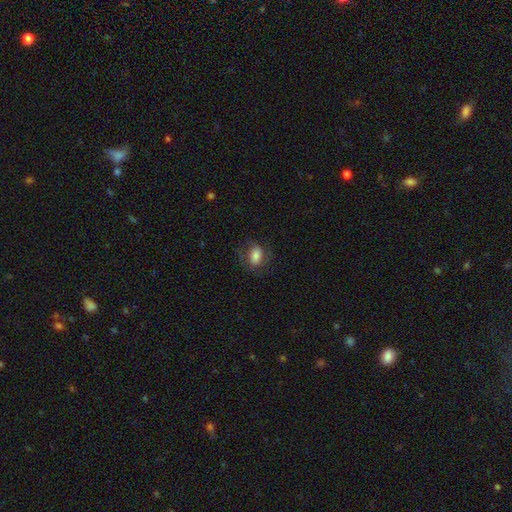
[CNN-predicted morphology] Q: Smooth or featured?
A: smooth (75%); runner-up: featured or disk (17%)
Q: How rounded?
A: in between (77%); runner-up: round (21%)
Q: Merging?
A: none (70%); runner-up: minor disturbance (18%)